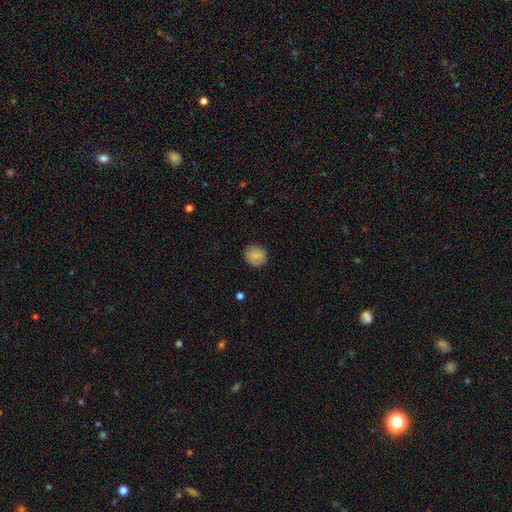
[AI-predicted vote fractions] A smooth galaxy with no disk features (83%) that is round (80%).

Vote fractions:
- Smooth or featured? smooth: 83% / featured or disk: 9% / star or artifact: 8%
- How rounded? round: 80% / in between: 19% / cigar-shaped: 1%
- Merging? none: 83% / minor disturbance: 13% / major disturbance: 3% / merger: 1%